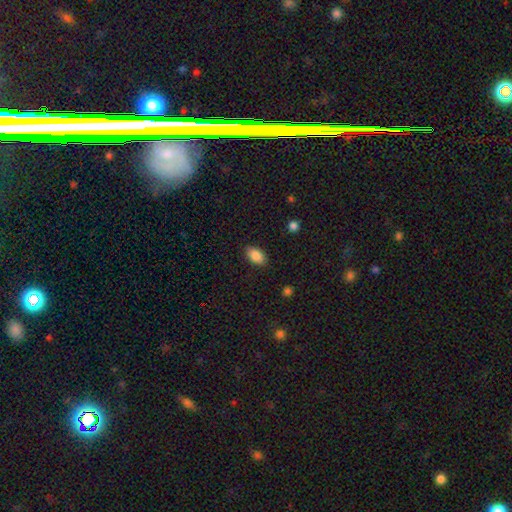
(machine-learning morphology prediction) Q: Smooth or featured?
A: smooth (87%); runner-up: star or artifact (8%)
Q: How rounded?
A: in between (93%); runner-up: round (5%)
Q: Merging?
A: none (88%); runner-up: minor disturbance (9%)